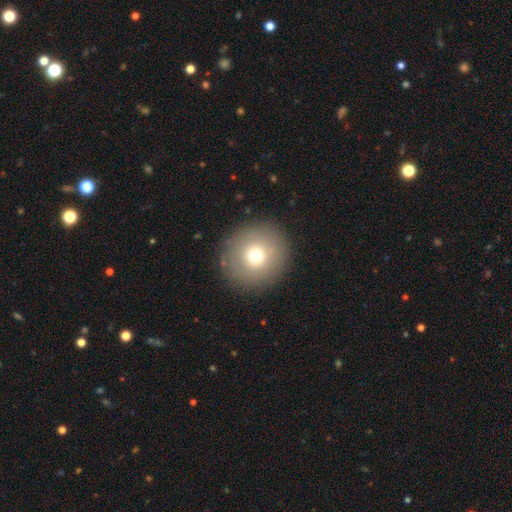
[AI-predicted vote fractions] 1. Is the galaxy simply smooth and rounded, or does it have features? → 72% smooth, 15% featured or disk, 12% star or artifact.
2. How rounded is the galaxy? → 94% round, 5% in between, 1% cigar-shaped.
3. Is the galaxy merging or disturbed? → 90% none, 6% minor disturbance, 3% major disturbance, 1% merger.